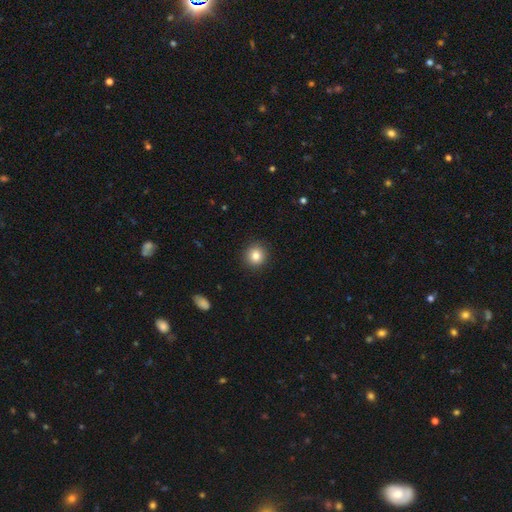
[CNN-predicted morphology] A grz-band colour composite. It shows a smooth galaxy with no disk features (83%) that is round (93%). Merging: none (92%).